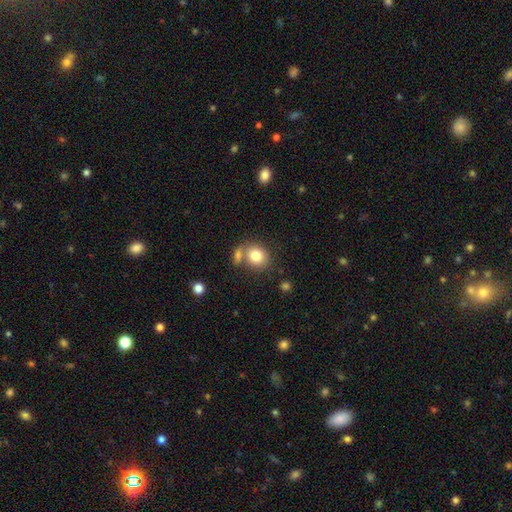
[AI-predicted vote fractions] The model was most divided on "how rounded": round: 63%, in between: 36%, cigar-shaped: 1%. More confident: smooth or featured — smooth (80%); merging — none (55%).